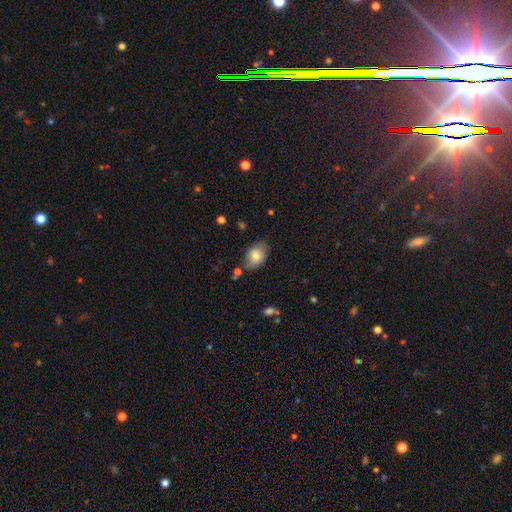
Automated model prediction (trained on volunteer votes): A smooth galaxy with no disk features (79%) that is in between round and cigar-shaped (84%). Merging: none (70%).